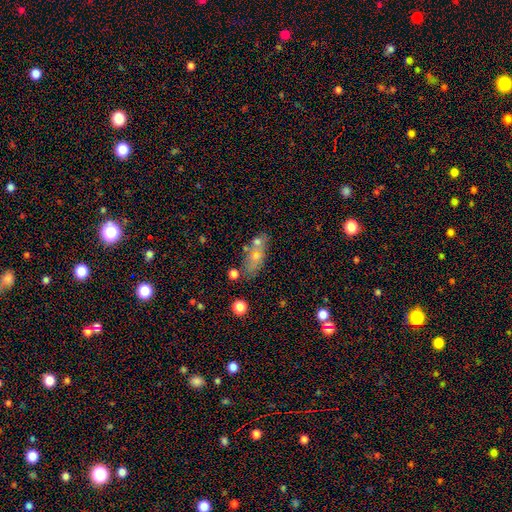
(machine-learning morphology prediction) A smooth galaxy with no disk features (54%) that is in between round and cigar-shaped (66%). Merging: none (58%).